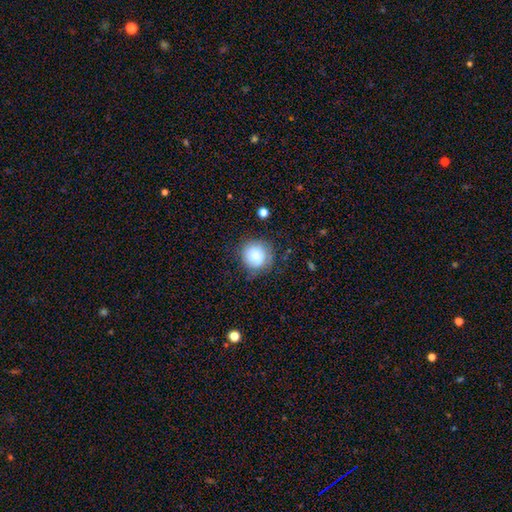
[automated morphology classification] smooth_or_featured: smooth (p=0.74) [alt: featured or disk p=0.16]
how_rounded: round (p=0.89) [alt: in between p=0.10]
merging: none (p=0.68) [alt: minor disturbance p=0.21]